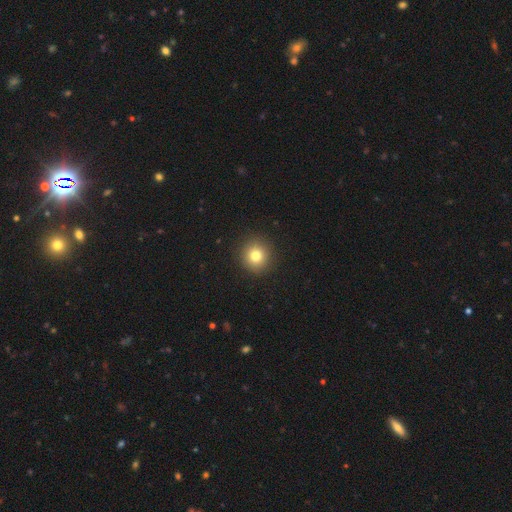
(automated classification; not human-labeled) Smooth or featured? smooth (80%)
How rounded? round (93%)
Merging? none (92%)